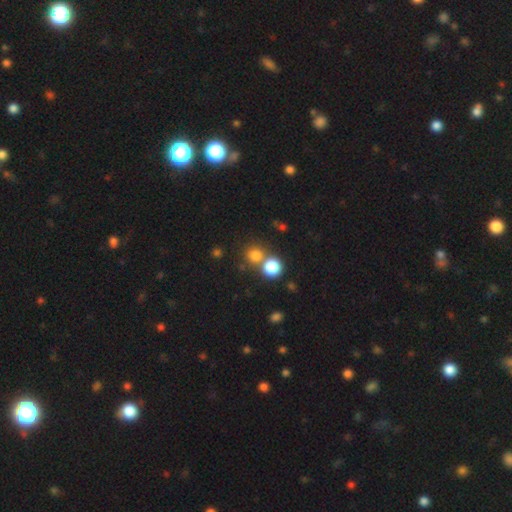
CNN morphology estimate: Overall: smooth (77%). How rounded: round (88%). Merging: none (58%; merger 32%).